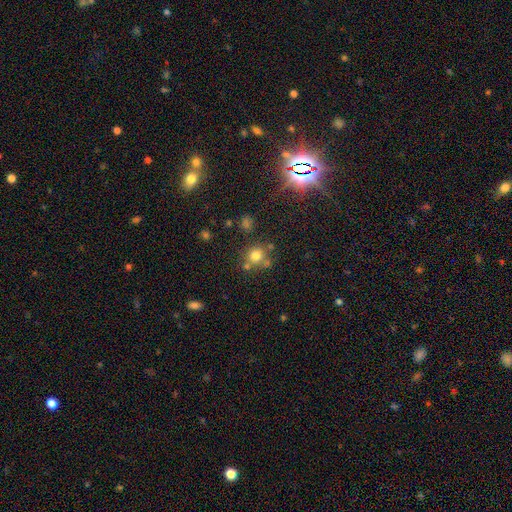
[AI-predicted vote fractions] smooth 74%, star or artifact 17%, featured or disk 9%. Down the decision tree: how rounded — round (86%); merging — none (67%).